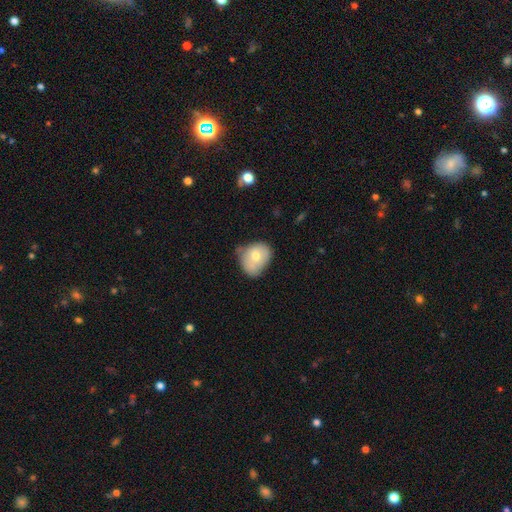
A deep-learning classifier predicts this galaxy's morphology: Smooth or featured? smooth (69%)
How rounded? round (51%)
Merging? minor disturbance (42%)